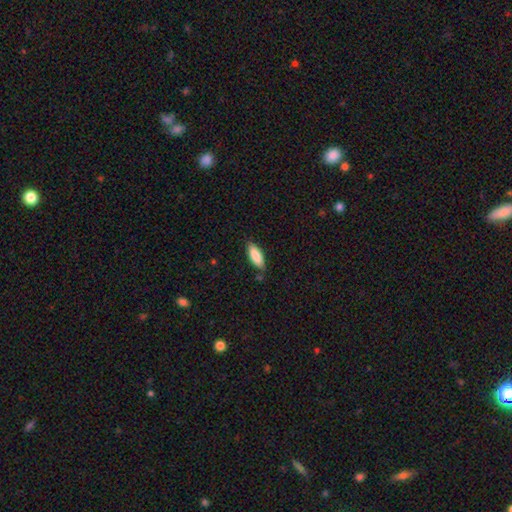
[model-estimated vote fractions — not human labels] smooth-or-featured: smooth: 85% | featured or disk: 9% | star or artifact: 6%
  how-rounded: in between: 70% | cigar-shaped: 28% | round: 2%
  merging: none: 81% | minor disturbance: 14% | major disturbance: 3% | merger: 2%